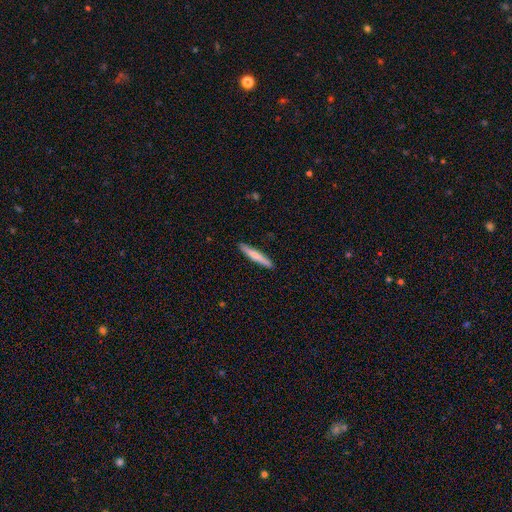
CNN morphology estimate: smooth 62%, featured or disk 32%, star or artifact 5%. Down the decision tree: how rounded — cigar-shaped (94%); merging — none (91%).